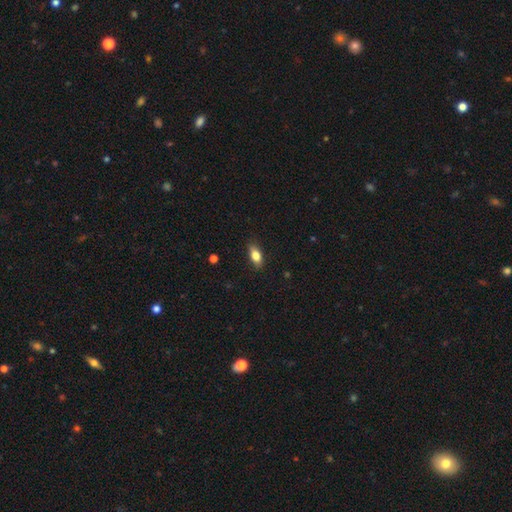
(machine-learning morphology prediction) A smooth galaxy with no disk features (79%) that is in between round and cigar-shaped (83%). Merging: none (83%).